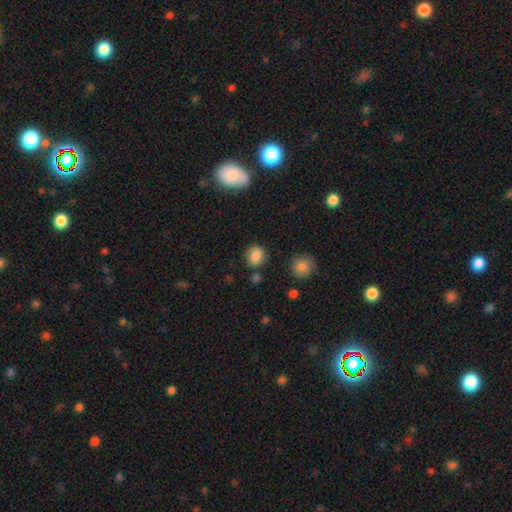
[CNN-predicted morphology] Smooth or featured: smooth — 83% (star or artifact — 11%)
How rounded: round — 58% (in between — 41%)
Merging: none — 78% (minor disturbance — 13%)